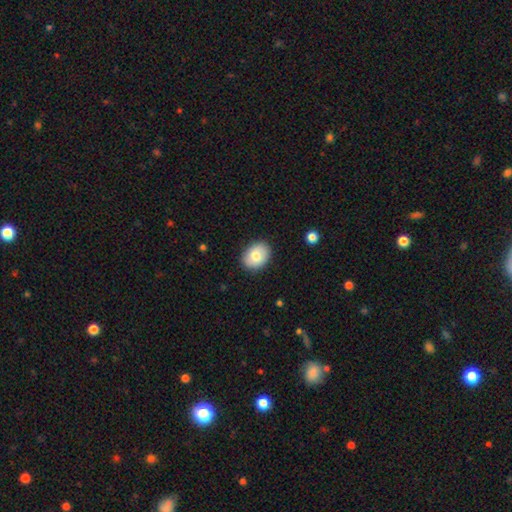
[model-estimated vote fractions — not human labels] The model was most divided on "how rounded": in between: 67%, round: 32%, cigar-shaped: 1%. More confident: merging — none (88%); smooth or featured — smooth (78%).